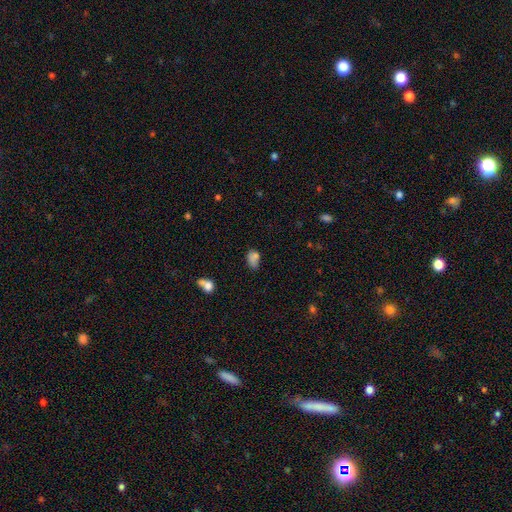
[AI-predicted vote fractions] Smooth or featured? Predicted: smooth (p=0.75). How rounded? Predicted: in between (p=0.81). Merging? Predicted: none (p=0.40).